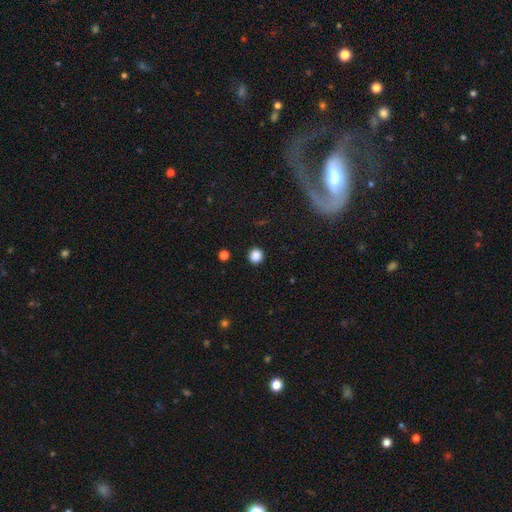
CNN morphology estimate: A smooth galaxy with no disk features (86%) that is round (91%).

Vote fractions:
- Smooth or featured? smooth: 86% / star or artifact: 11% / featured or disk: 3%
- How rounded? round: 91% / in between: 8% / cigar-shaped: 1%
- Merging? none: 91% / minor disturbance: 5% / major disturbance: 2% / merger: 1%